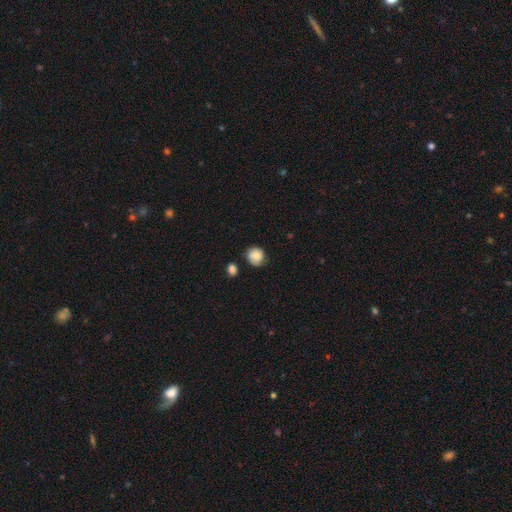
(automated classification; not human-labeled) A smooth galaxy with no disk features (83%) that is round (85%).

Vote fractions:
- Smooth or featured? smooth: 83% / featured or disk: 9% / star or artifact: 8%
- How rounded? round: 85% / in between: 14% / cigar-shaped: 1%
- Merging? none: 68% / minor disturbance: 22% / major disturbance: 5% / merger: 5%